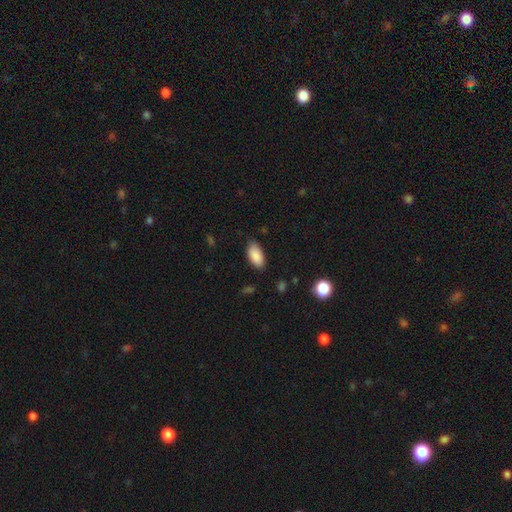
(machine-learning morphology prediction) The model was most divided on "merging": none: 80%, minor disturbance: 16%, major disturbance: 3%, merger: 1%. More confident: how rounded — in between (93%); smooth or featured — smooth (89%).